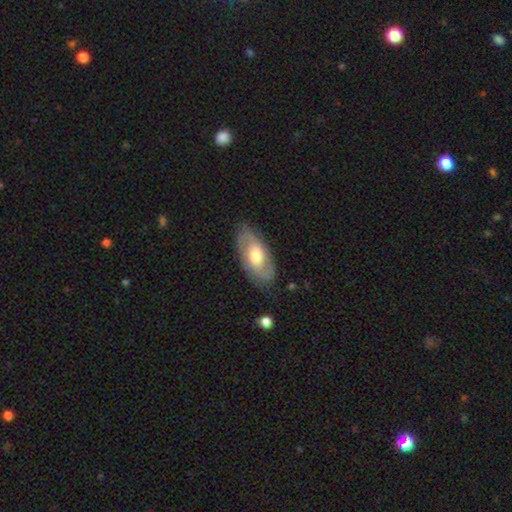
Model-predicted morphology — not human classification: A featured or disk galaxy (67%) with no bar (59%), 2 (80%) medium (45%) spiral arms (82%) and a moderate central bulge (63%). Merging: none (78%).